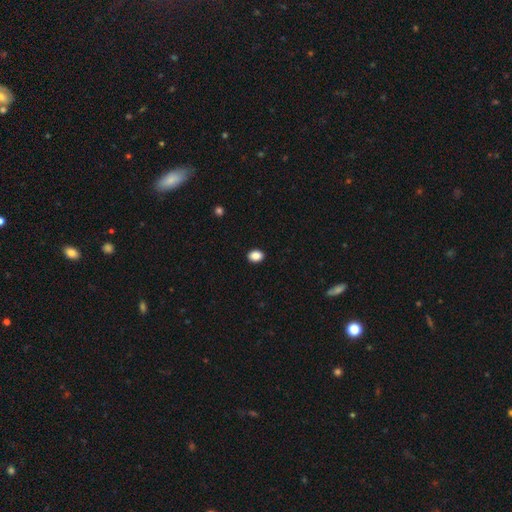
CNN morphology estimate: type=smooth (88%); roundness=in between (68%); merging=none (91%).